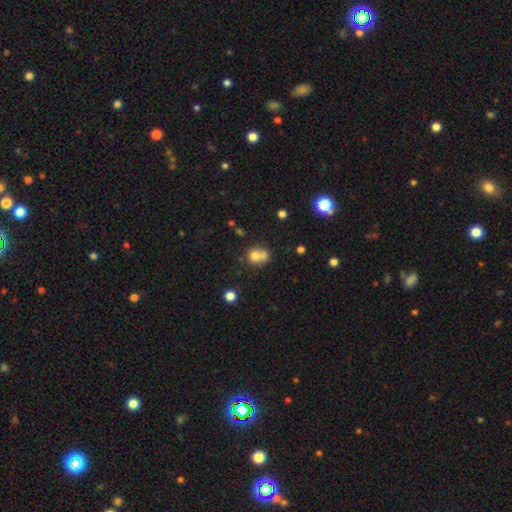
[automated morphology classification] This is likely a smooth galaxy (72%). How rounded: likely round (66%). Merging: possibly merger (51%).